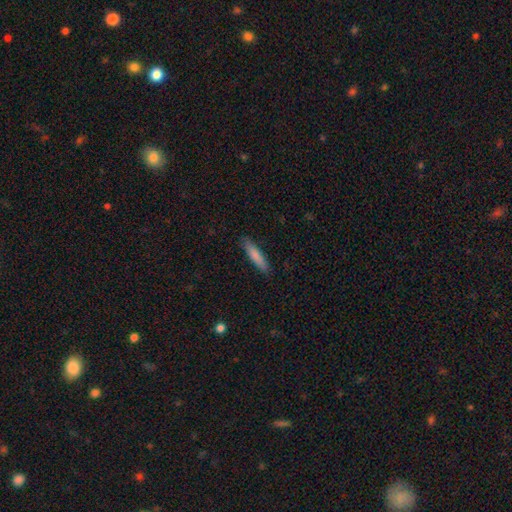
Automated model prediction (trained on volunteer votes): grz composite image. It shows a smooth galaxy with no disk features (81%) that is cigar-shaped (85%). Merging: none (88%).